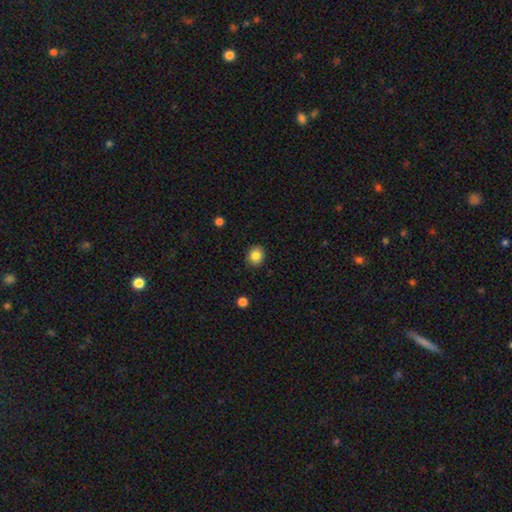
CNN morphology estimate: A smooth galaxy with no disk features (84%) that is round (70%). Merging: none (89%).